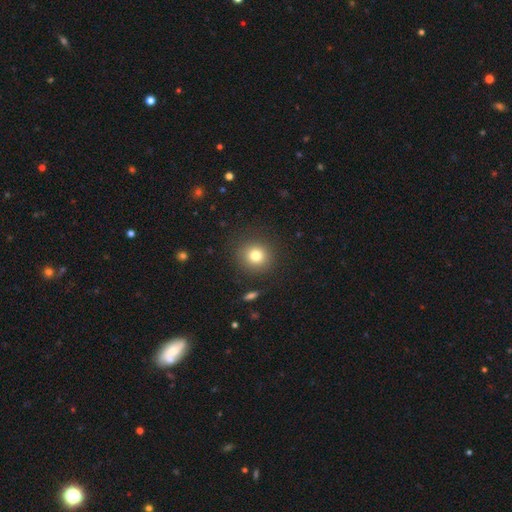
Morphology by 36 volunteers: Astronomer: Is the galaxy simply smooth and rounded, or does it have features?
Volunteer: smooth — 94%.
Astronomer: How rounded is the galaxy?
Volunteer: round — 85%.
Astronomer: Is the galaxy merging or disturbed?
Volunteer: none — 91%.